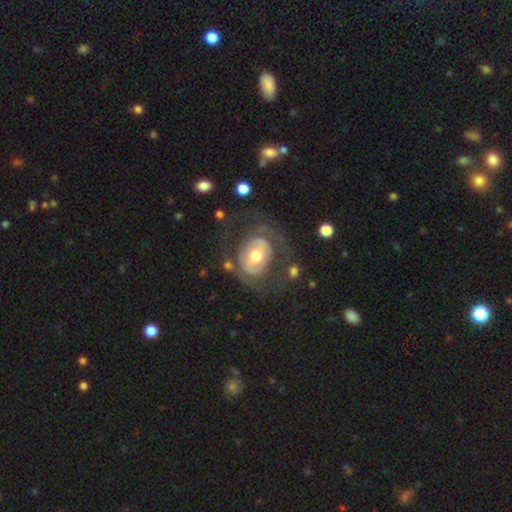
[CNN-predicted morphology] smooth_or_featured: featured or disk (p=0.62) [alt: smooth p=0.32]
disk_edge_on: no (p=0.95) [alt: yes p=0.05]
bar: no (p=0.56) [alt: weak p=0.29]
has_spiral_arms: no (p=0.54) [alt: yes p=0.46]
bulge_size: moderate (p=0.70) [alt: small p=0.14]
merging: none (p=0.57) [alt: major disturbance p=0.22]